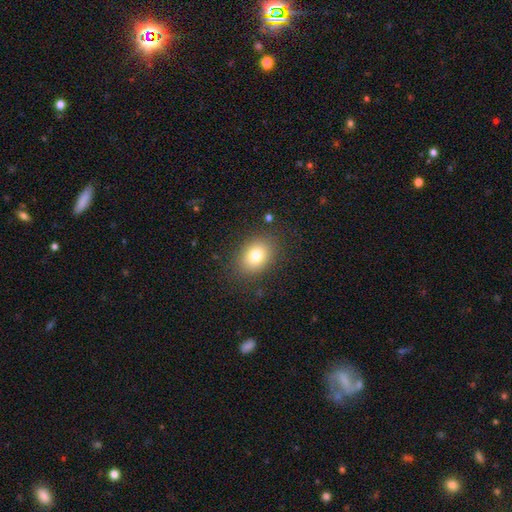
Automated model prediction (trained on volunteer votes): Smooth or featured?
  - smooth: 80% *
  - star or artifact: 10%
  - featured or disk: 10%
How rounded?
  - in between: 69% *
  - round: 30%
  - cigar-shaped: 1%
Merging?
  - none: 84% *
  - minor disturbance: 11%
  - major disturbance: 4%
  - merger: 1%